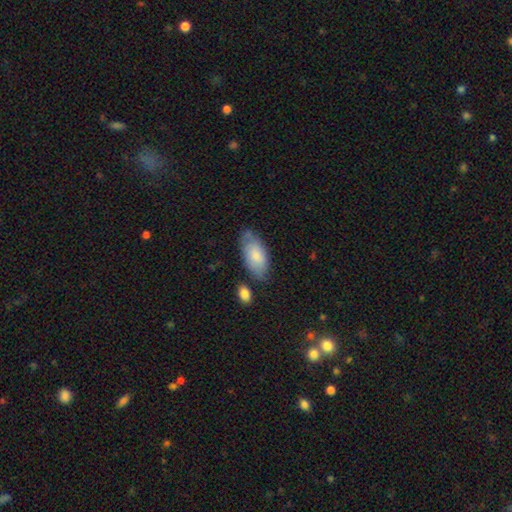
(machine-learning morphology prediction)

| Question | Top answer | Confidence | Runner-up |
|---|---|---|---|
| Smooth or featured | smooth | 73% | featured or disk (22%) |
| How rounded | in between | 92% | cigar-shaped (5%) |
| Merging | none | 62% | minor disturbance (25%) |